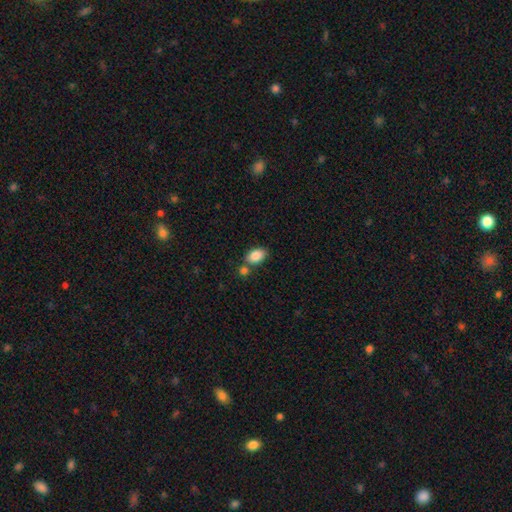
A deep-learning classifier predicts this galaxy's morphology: Q: Smooth or featured?
A: smooth (87%); runner-up: star or artifact (8%)
Q: How rounded?
A: in between (87%); runner-up: round (11%)
Q: Merging?
A: none (62%); runner-up: merger (22%)